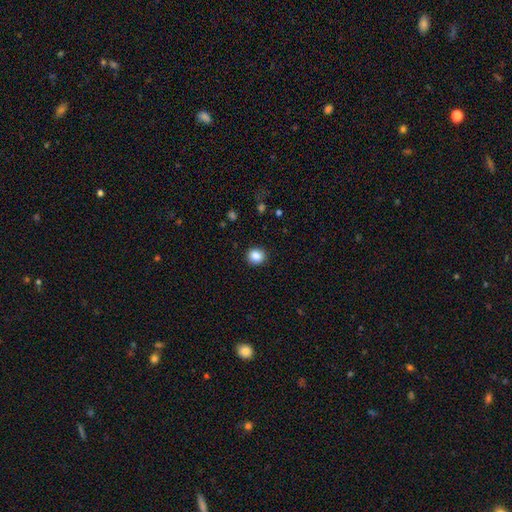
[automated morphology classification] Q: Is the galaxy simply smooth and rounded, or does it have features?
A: smooth — 87%.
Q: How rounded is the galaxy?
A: round — 85%.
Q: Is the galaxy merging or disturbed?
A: none — 91%.